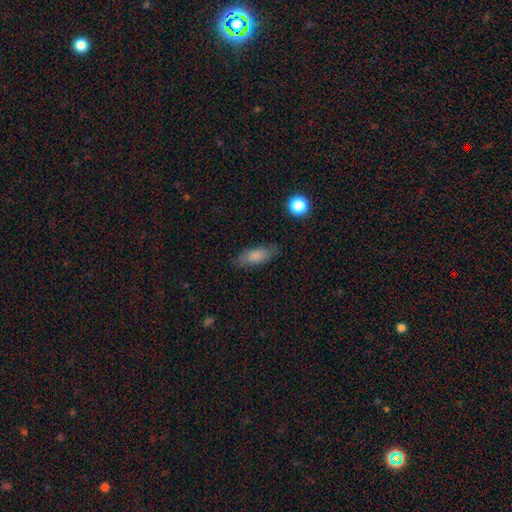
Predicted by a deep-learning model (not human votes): Q: Smooth or featured?
A: smooth (81%); runner-up: featured or disk (12%)
Q: How rounded?
A: in between (70%); runner-up: cigar-shaped (27%)
Q: Merging?
A: none (82%); runner-up: minor disturbance (14%)